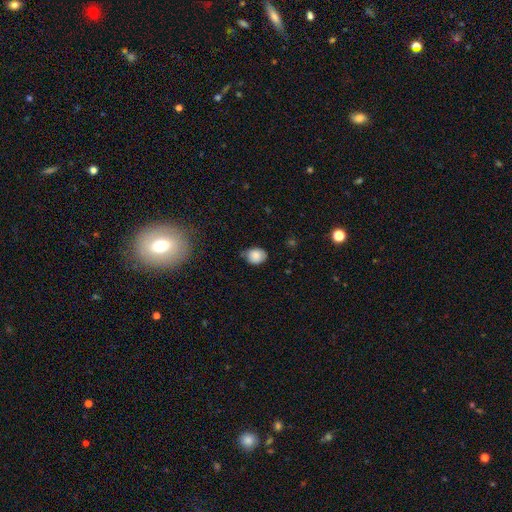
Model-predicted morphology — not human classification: Q: Smooth or featured?
A: smooth (82%); runner-up: featured or disk (9%)
Q: How rounded?
A: in between (53%); runner-up: round (46%)
Q: Merging?
A: none (60%); runner-up: minor disturbance (33%)